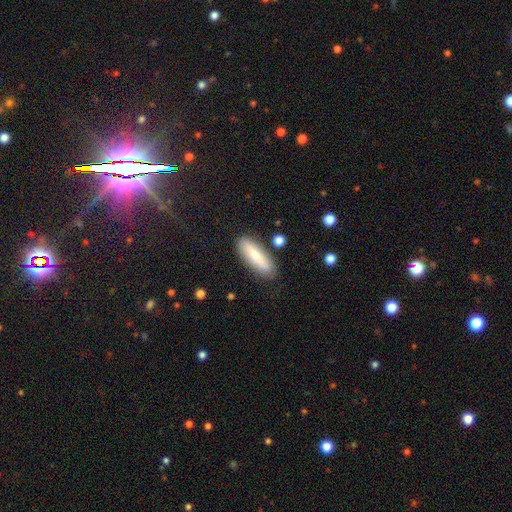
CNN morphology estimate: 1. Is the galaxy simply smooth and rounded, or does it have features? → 71% smooth, 23% featured or disk, 6% star or artifact.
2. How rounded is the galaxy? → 52% cigar-shaped, 46% in between, 2% round.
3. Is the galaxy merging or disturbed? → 83% none, 11% minor disturbance, 3% major disturbance, 2% merger.